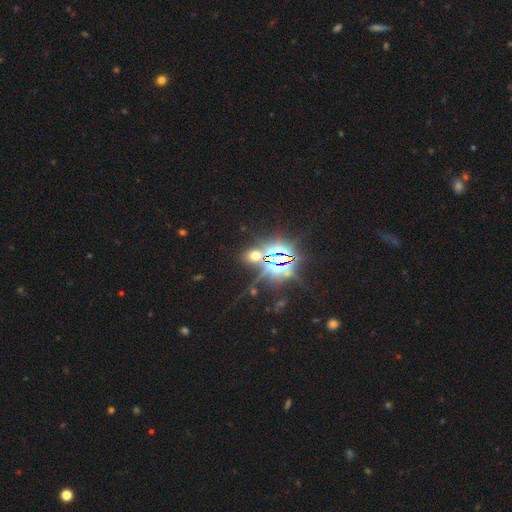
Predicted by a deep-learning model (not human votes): Smooth or featured? Predicted: star or artifact (p=0.61).